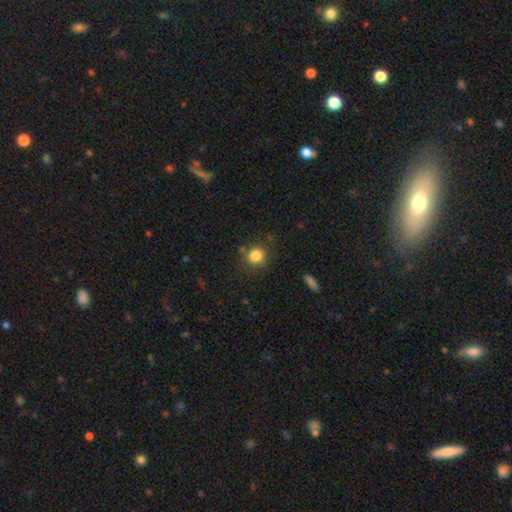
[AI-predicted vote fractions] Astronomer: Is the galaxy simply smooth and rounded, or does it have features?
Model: smooth — 84%.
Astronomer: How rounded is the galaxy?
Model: round — 85%.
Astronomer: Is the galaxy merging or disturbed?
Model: none — 79%.